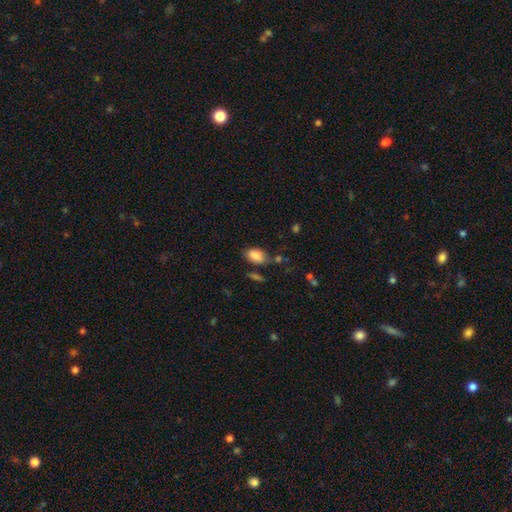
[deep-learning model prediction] Smooth or featured? Predicted: smooth (p=0.86). How rounded? Predicted: in between (p=0.88). Merging? Predicted: none (p=0.65).